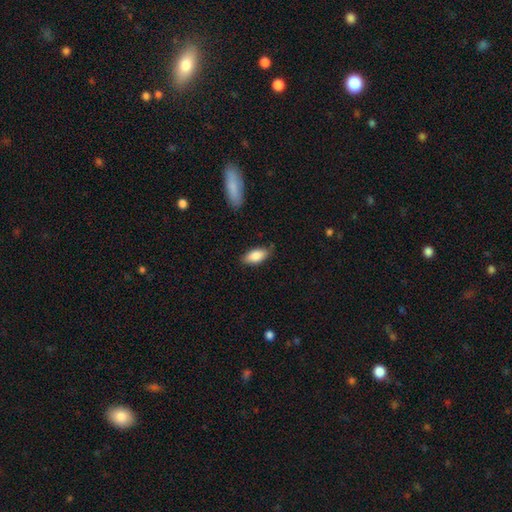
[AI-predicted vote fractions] smooth 84%, featured or disk 9%, star or artifact 6%. Down the decision tree: how rounded — in between (88%); merging — none (80%).